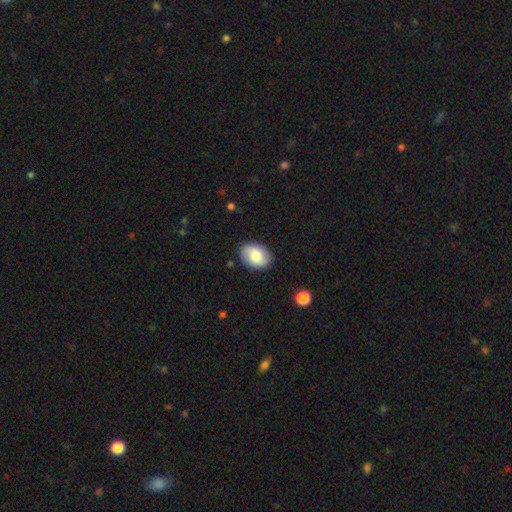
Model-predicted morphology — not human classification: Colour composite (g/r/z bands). It shows a smooth galaxy with no disk features (76%) that is in between round and cigar-shaped (81%). Merging: none (85%).